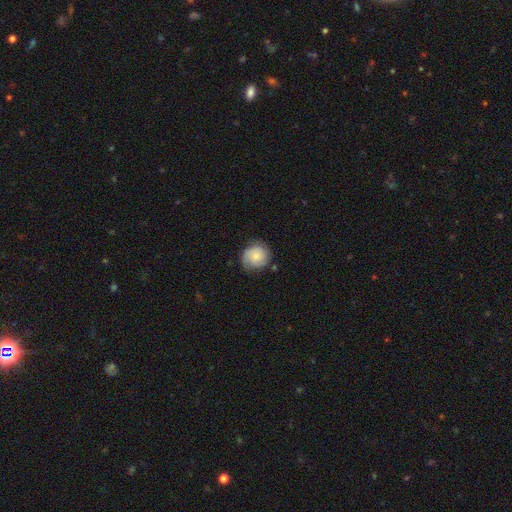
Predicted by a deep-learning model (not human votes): The model was most divided on "smooth or featured": smooth: 58%, featured or disk: 34%, star or artifact: 8%. More confident: how rounded — round (84%); merging — none (71%).